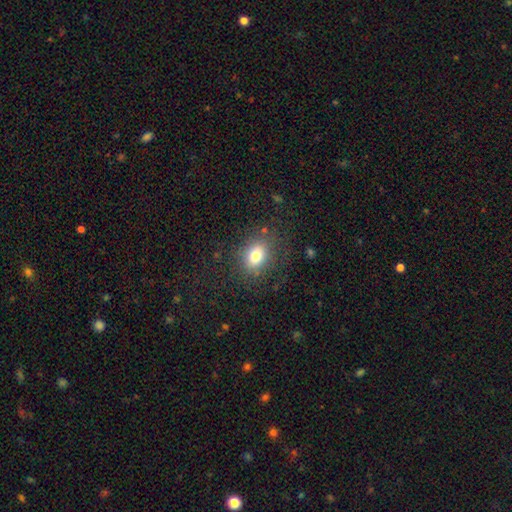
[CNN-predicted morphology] Smooth or featured? smooth (78%)
How rounded? in between (58%)
Merging? none (81%)